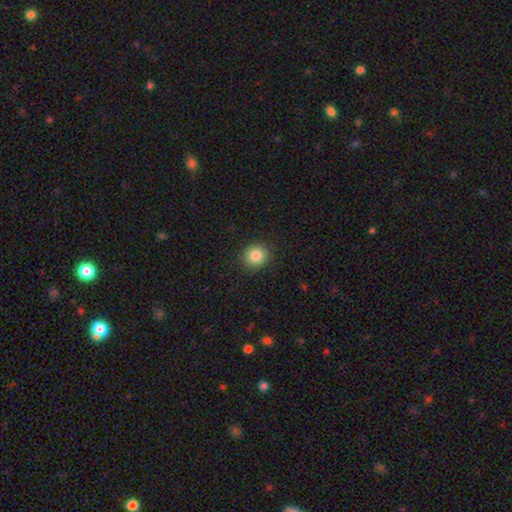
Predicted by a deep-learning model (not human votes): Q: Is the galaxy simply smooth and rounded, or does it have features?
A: smooth — 84%.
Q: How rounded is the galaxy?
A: round — 88%.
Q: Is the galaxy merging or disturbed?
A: none — 91%.